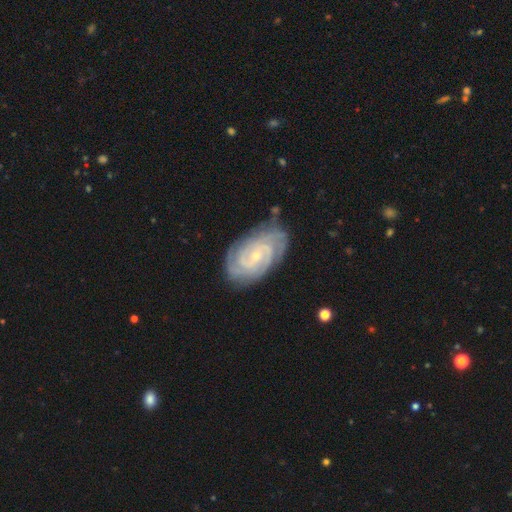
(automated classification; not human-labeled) This appears to be a featured or disk galaxy (89%) with no bar (60%), 2 (32%) tight (76%) spiral arms (98%) and a small central bulge (76%). Merging: none (77%).